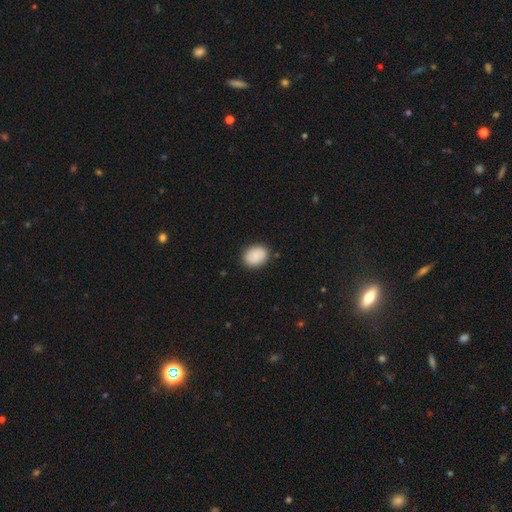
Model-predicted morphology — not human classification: type=smooth (89%); roundness=in between (64%); merging=none (86%).